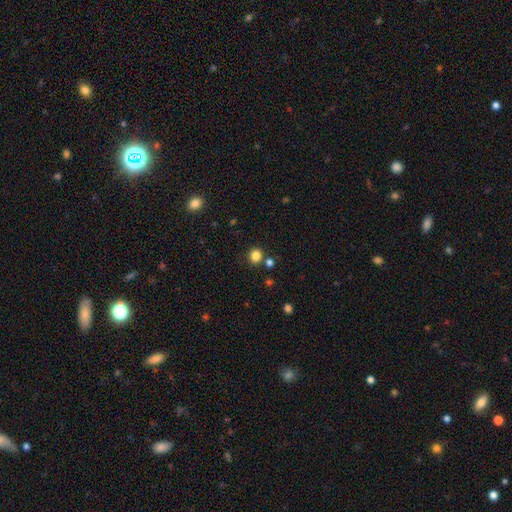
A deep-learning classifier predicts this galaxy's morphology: Smooth or featured? Predicted: smooth (p=0.83). How rounded? Predicted: round (p=0.87). Merging? Predicted: none (p=0.82).